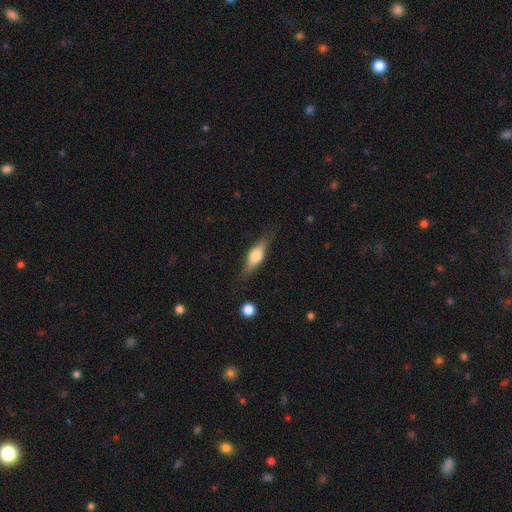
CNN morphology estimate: This appears to be a featured or disk galaxy (49%). Merging: none (79%).